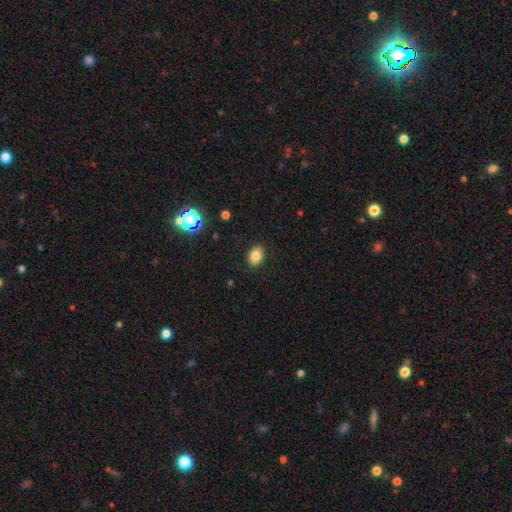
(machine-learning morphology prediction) Smooth or featured?
  - smooth: 82% *
  - star or artifact: 11%
  - featured or disk: 7%
How rounded?
  - in between: 65% *
  - round: 34%
  - cigar-shaped: 1%
Merging?
  - none: 88% *
  - minor disturbance: 9%
  - major disturbance: 2%
  - merger: 1%